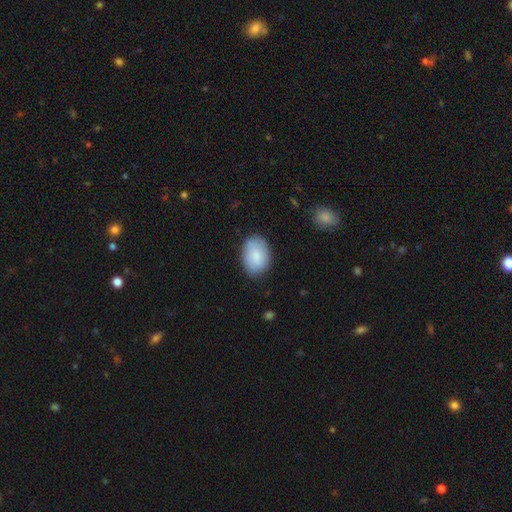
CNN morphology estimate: Smooth or featured? Predicted: smooth (p=0.84). How rounded? Predicted: in between (p=0.84). Merging? Predicted: none (p=0.80).